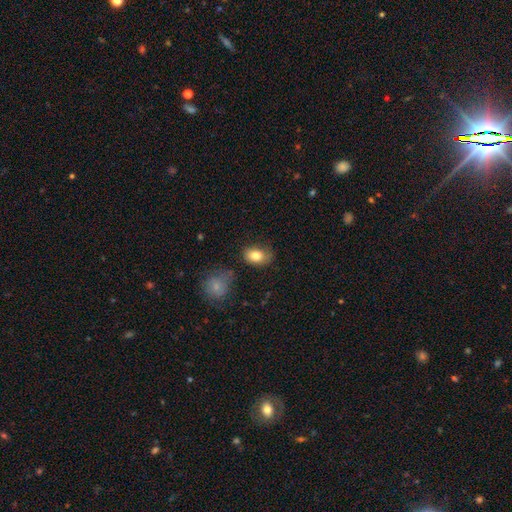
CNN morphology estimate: A smooth galaxy with no disk features (82%) that is in between round and cigar-shaped (82%).

Vote fractions:
- Smooth or featured? smooth: 82% / featured or disk: 10% / star or artifact: 8%
- How rounded? in between: 82% / round: 17% / cigar-shaped: 1%
- Merging? none: 71% / minor disturbance: 20% / major disturbance: 5% / merger: 3%